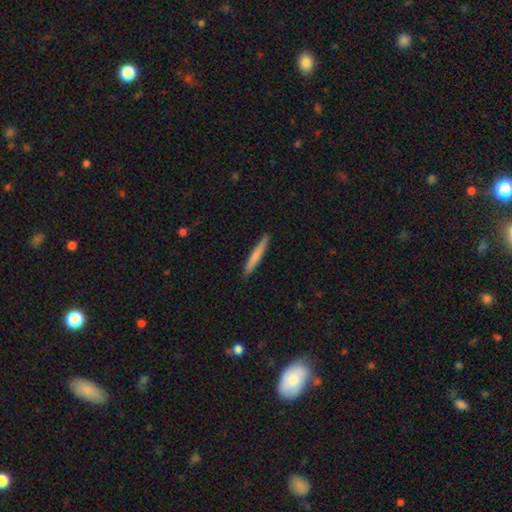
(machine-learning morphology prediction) A smooth galaxy with no disk features (72%) that is cigar-shaped (96%). Merging: none (92%).